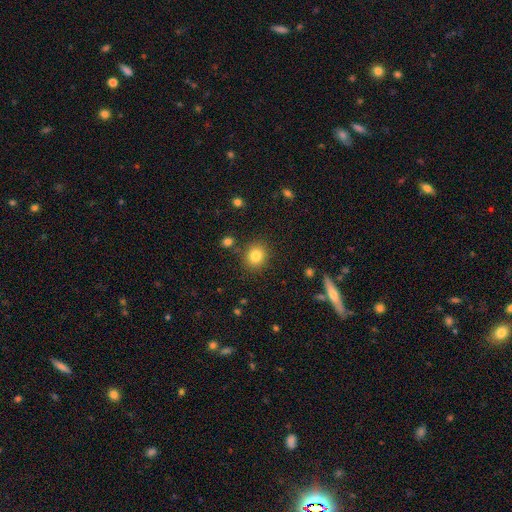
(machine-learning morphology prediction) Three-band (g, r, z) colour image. It shows a smooth galaxy with no disk features (82%) that is round (73%). Merging: none (85%).